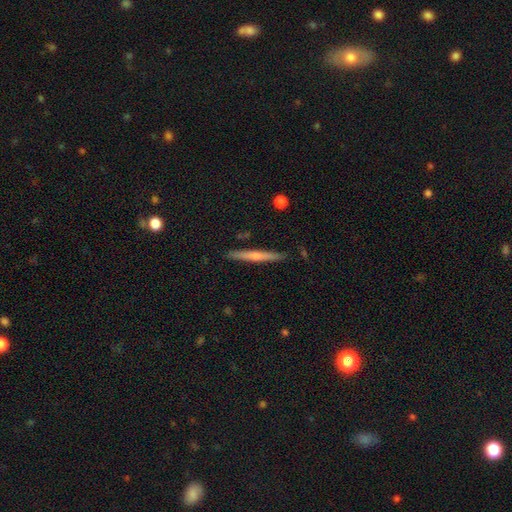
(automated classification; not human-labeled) Smooth or featured? featured or disk (48%)
Merging? none (89%)